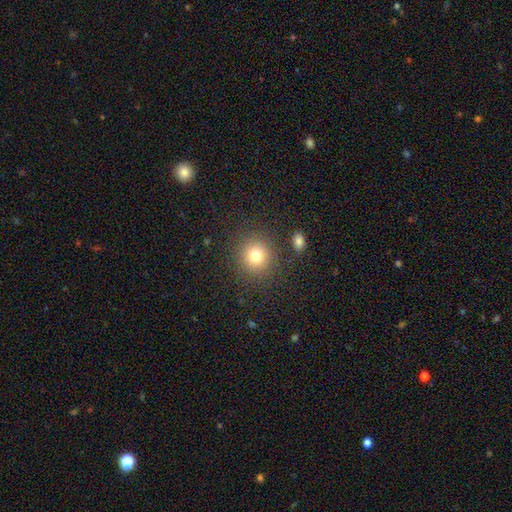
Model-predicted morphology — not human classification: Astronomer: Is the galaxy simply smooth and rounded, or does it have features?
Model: smooth — 77%.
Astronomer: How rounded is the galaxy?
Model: round — 90%.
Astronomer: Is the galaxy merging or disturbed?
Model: none — 86%.